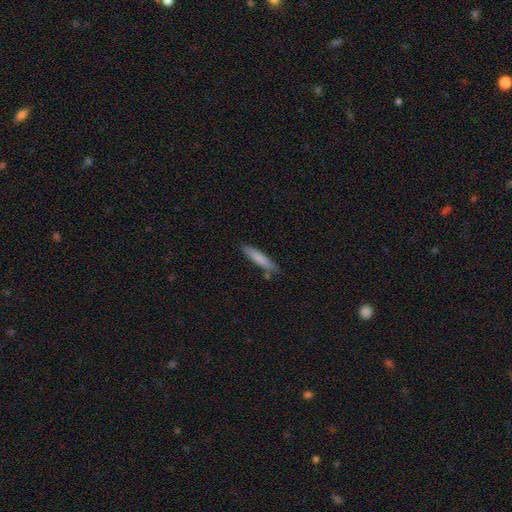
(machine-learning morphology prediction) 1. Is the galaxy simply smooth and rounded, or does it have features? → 78% smooth, 16% featured or disk, 6% star or artifact.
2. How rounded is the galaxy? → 91% cigar-shaped, 8% in between, 1% round.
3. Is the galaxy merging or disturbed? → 84% none, 11% minor disturbance, 3% merger, 2% major disturbance.